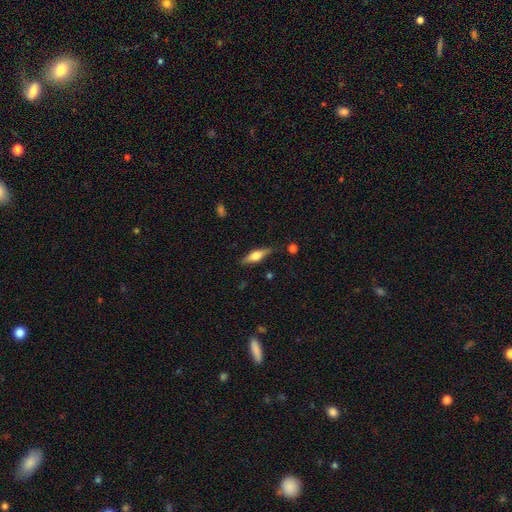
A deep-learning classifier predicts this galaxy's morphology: smooth-or-featured: featured or disk: 47% (tied) | smooth: 47% (tied) | star or artifact: 7%
  merging: none: 83% | minor disturbance: 13% | major disturbance: 3% | merger: 2%